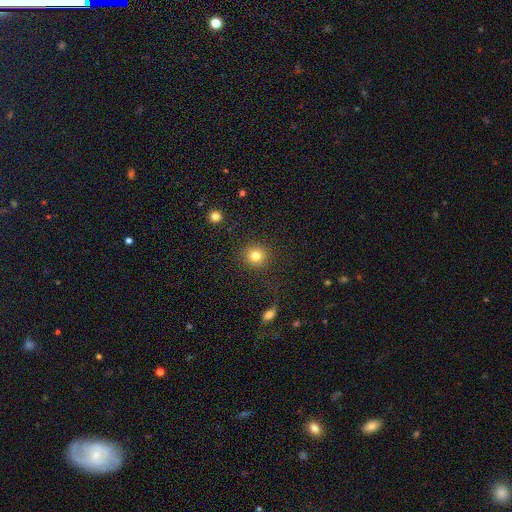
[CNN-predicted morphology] Smooth or featured? Predicted: smooth (p=0.82). How rounded? Predicted: round (p=0.92). Merging? Predicted: none (p=0.89).